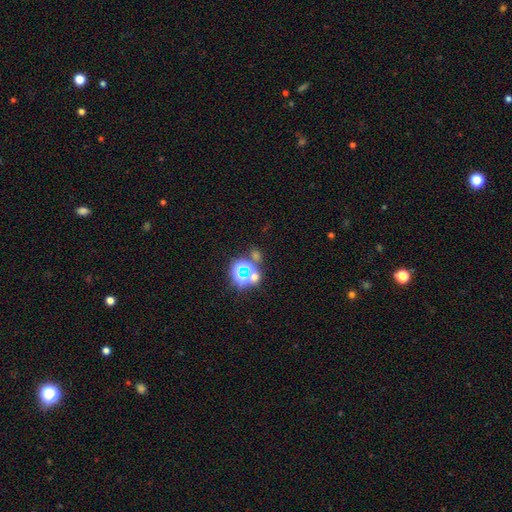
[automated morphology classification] star or artifact 64%, smooth 25%, featured or disk 10%.